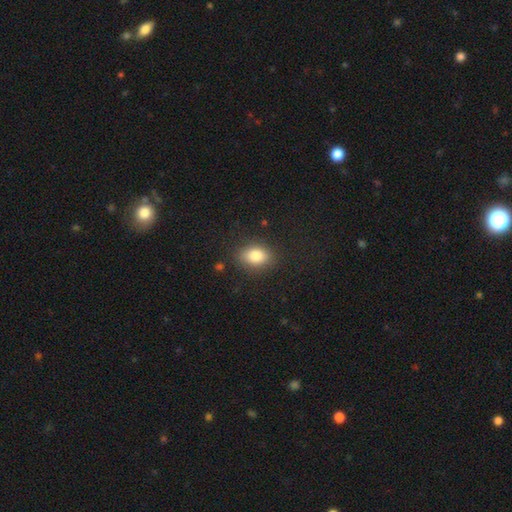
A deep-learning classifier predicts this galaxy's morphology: The model was most divided on "how rounded": in between: 73%, round: 26%, cigar-shaped: 1%. More confident: merging — none (84%); smooth or featured — smooth (83%).